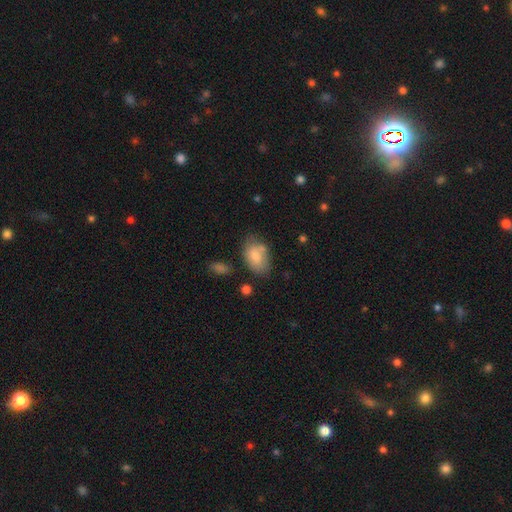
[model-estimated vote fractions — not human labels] Smooth or featured: smooth — 79% (featured or disk — 13%)
How rounded: in between — 88% (round — 10%)
Merging: none — 57% (minor disturbance — 25%)